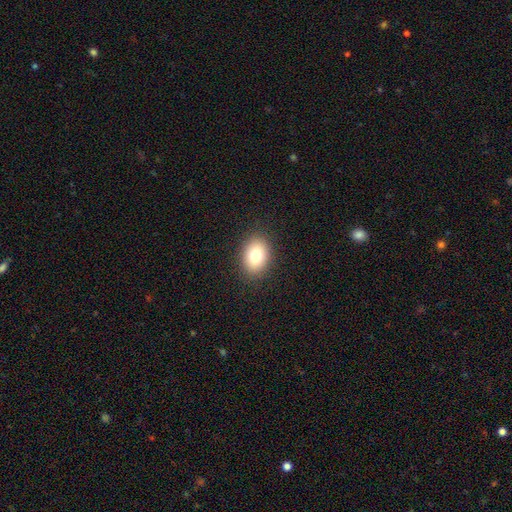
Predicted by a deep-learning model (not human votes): A smooth galaxy with no disk features (79%) that is in between round and cigar-shaped (73%). Merging: none (88%).